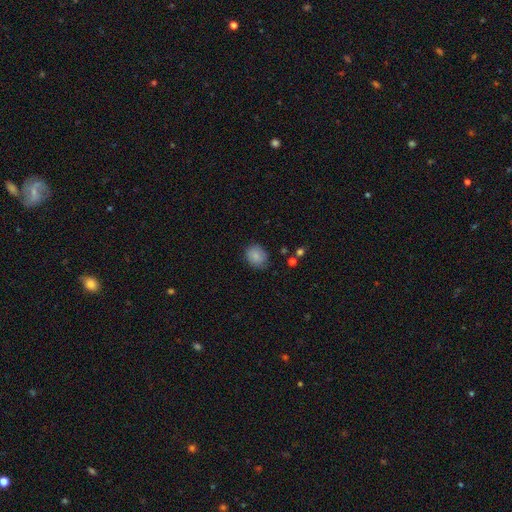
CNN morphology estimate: Q: Smooth or featured?
A: smooth (84%); runner-up: star or artifact (9%)
Q: How rounded?
A: round (59%); runner-up: in between (40%)
Q: Merging?
A: none (76%); runner-up: minor disturbance (18%)